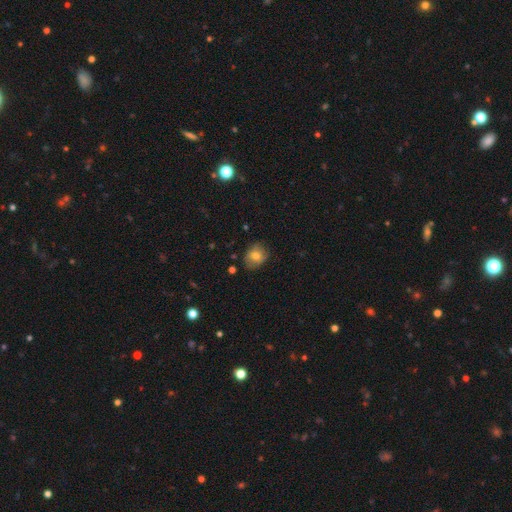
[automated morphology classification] type=smooth (69%); roundness=round (54%); merging=none (72%).